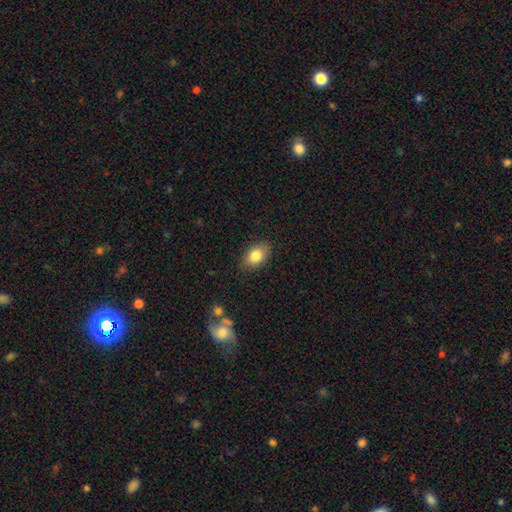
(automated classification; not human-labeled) Smooth or featured? Predicted: smooth (p=0.83). How rounded? Predicted: in between (p=0.84). Merging? Predicted: none (p=0.85).